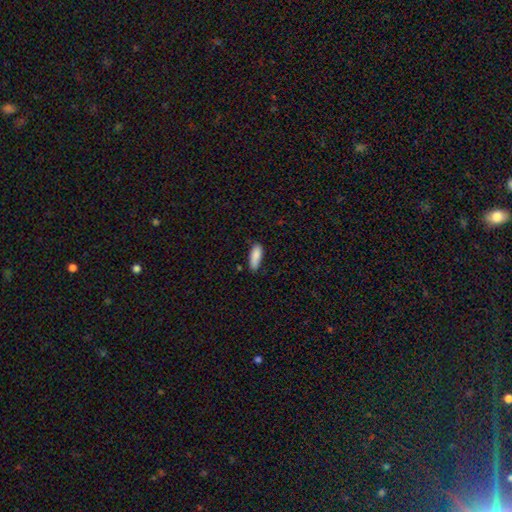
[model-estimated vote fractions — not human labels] Morphology: type=smooth (88%); roundness=in between (67%); merging=none (71%).